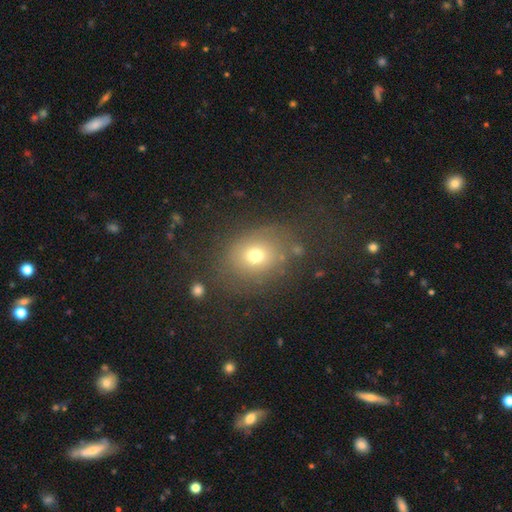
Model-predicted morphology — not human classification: A smooth galaxy with no disk features (68%) that is round (59%).

Vote fractions:
- Smooth or featured? smooth: 68% / star or artifact: 17% / featured or disk: 15%
- How rounded? round: 59% / in between: 40% / cigar-shaped: 1%
- Merging? none: 72% / minor disturbance: 15% / major disturbance: 10% / merger: 3%